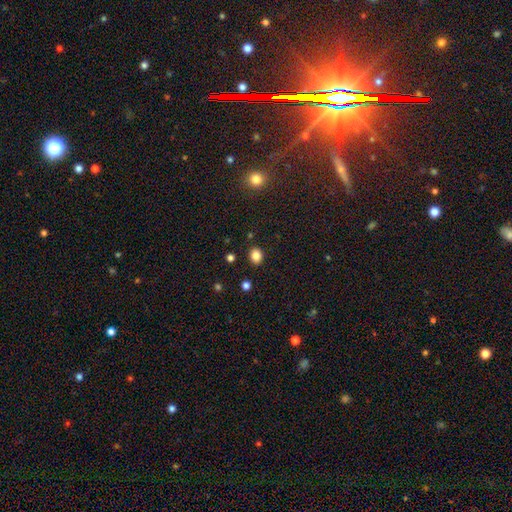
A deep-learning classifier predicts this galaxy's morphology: Smooth or featured? smooth (84%)
How rounded? round (57%)
Merging? none (88%)